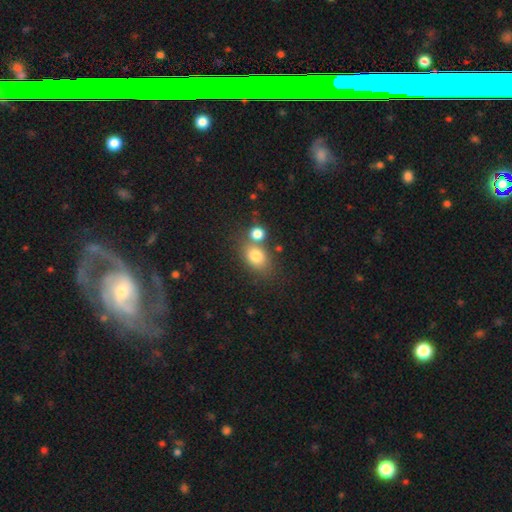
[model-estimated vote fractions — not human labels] The model was most divided on "how rounded": in between: 60%, round: 38%, cigar-shaped: 2%. More confident: smooth or featured — smooth (78%); merging — none (53%).